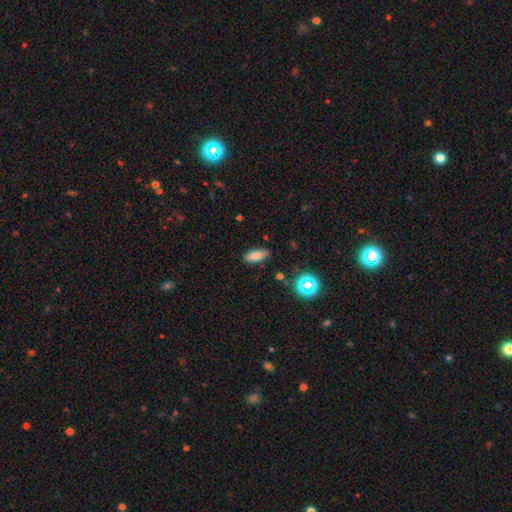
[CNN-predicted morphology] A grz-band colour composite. It shows a smooth galaxy with no disk features (77%) that is in between round and cigar-shaped (71%). Merging: none (86%).